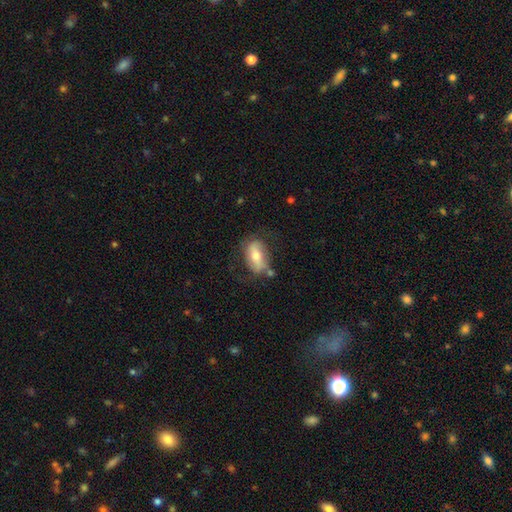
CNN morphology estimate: The model was most divided on "smooth or featured": smooth: 48%, featured or disk: 45%, star or artifact: 8%. More confident: merging — none (60%).